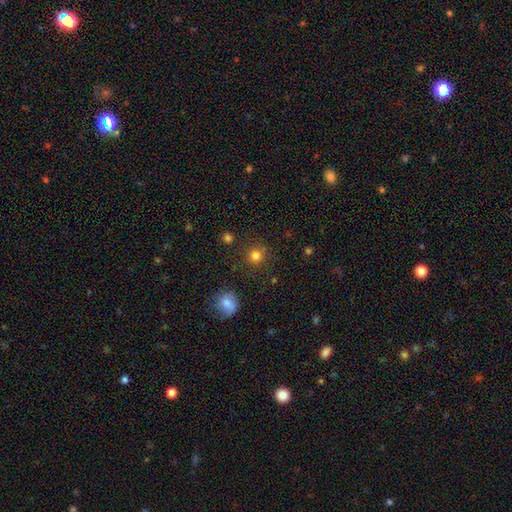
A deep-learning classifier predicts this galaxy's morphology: smooth 81%, star or artifact 14%, featured or disk 5%. Down the decision tree: how rounded — round (91%); merging — none (85%).